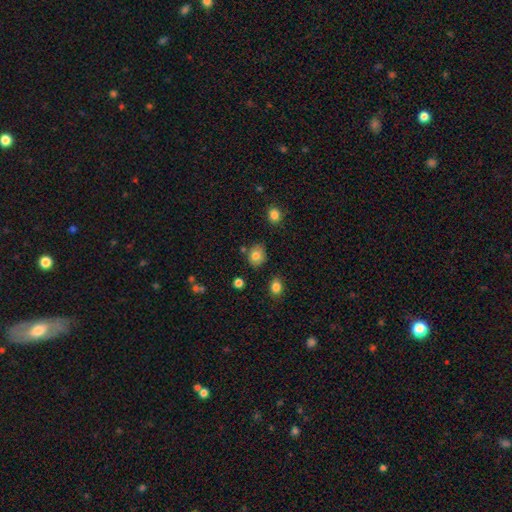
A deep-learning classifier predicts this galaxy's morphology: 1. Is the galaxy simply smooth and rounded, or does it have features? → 80% smooth, 10% star or artifact, 10% featured or disk.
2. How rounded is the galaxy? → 65% round, 34% in between, 1% cigar-shaped.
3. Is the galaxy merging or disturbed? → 77% none, 15% minor disturbance, 5% merger, 3% major disturbance.